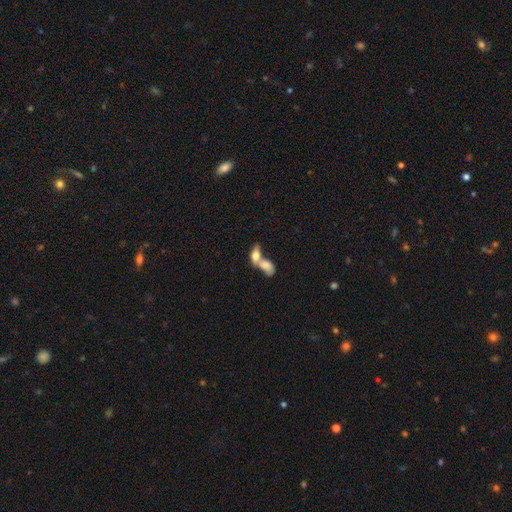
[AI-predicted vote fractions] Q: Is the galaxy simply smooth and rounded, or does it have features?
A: smooth — 67%.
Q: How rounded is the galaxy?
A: in between — 80%.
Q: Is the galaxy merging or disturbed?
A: merger — 80%.